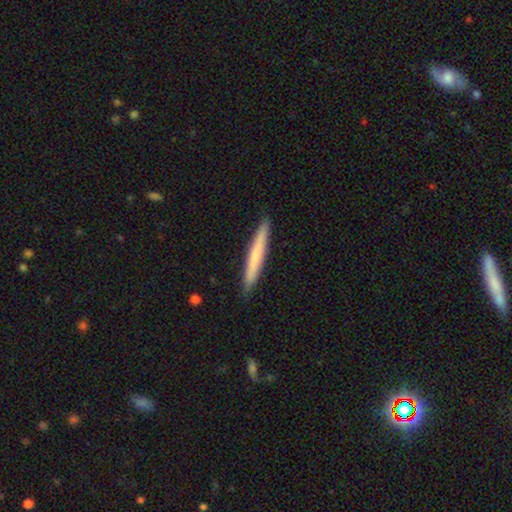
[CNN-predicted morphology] This appears to be a smooth galaxy with no disk features (65%) that is cigar-shaped (97%). Merging: none (91%).